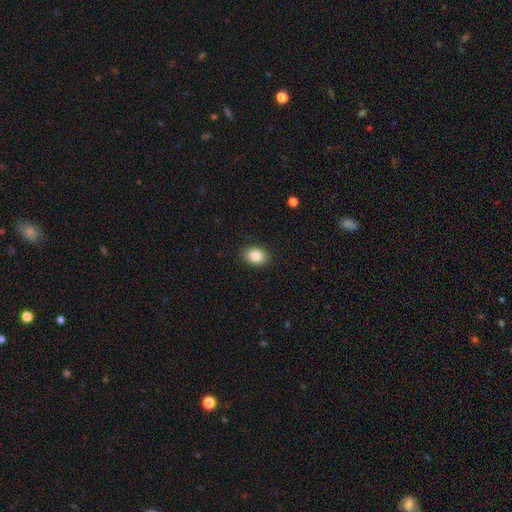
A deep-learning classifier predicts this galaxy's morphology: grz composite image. It shows a smooth galaxy with no disk features (85%) that is in between round and cigar-shaped (65%). Merging: none (89%).